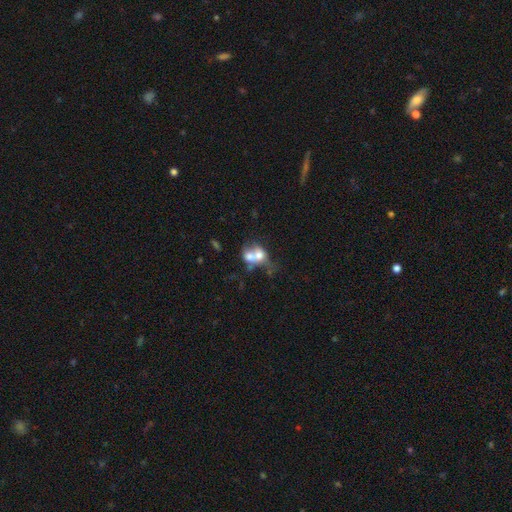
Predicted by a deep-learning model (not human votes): The model was most divided on "how rounded": round: 52%, in between: 47%, cigar-shaped: 1%. More confident: merging — merger (72%); smooth or featured — smooth (61%).